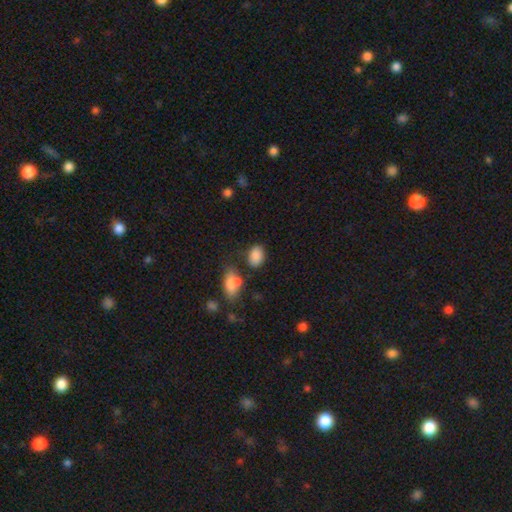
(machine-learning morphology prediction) The model was most divided on "merging": none: 68%, minor disturbance: 18%, merger: 9%, major disturbance: 5%. More confident: smooth or featured — smooth (86%); how rounded — in between (80%).